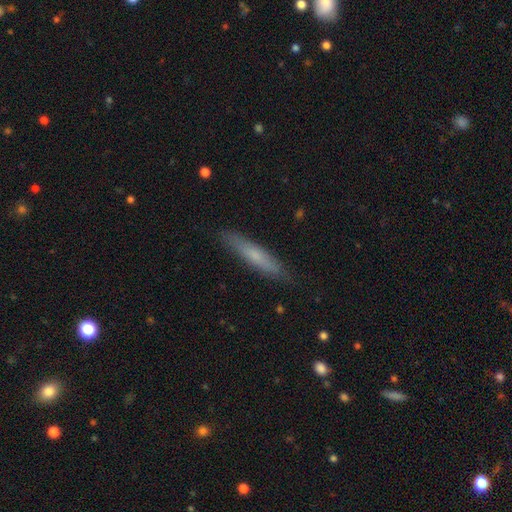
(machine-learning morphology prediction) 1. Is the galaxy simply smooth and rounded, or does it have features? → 63% smooth, 31% featured or disk, 6% star or artifact.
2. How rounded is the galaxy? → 91% cigar-shaped, 8% in between, 1% round.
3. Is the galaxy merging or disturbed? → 87% none, 10% minor disturbance, 2% major disturbance, 1% merger.